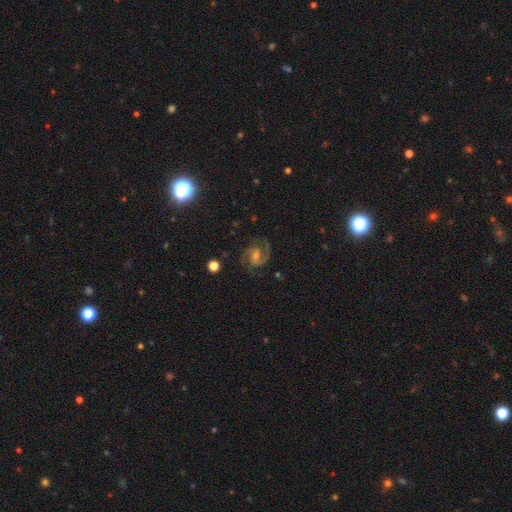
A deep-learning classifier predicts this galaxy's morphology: Smooth or featured: featured or disk — 87% (star or artifact — 8%)
Edge-on disk: no — 98% (yes — 2%)
Bar: weak — 49% (no — 32%)
Spiral arms: yes — 98% (no — 2%)
Spiral winding: medium — 60% (tight — 28%)
Spiral arm count: 2 — 85% (3 — 7%)
Bulge size: moderate — 46% (small — 45%)
Merging: none — 81% (minor disturbance — 12%)